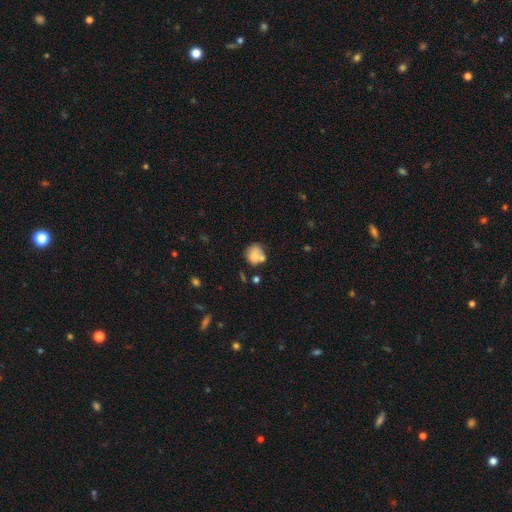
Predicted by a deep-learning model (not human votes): Morphology: type=smooth (75%); roundness=round (72%); merging=none (49%).